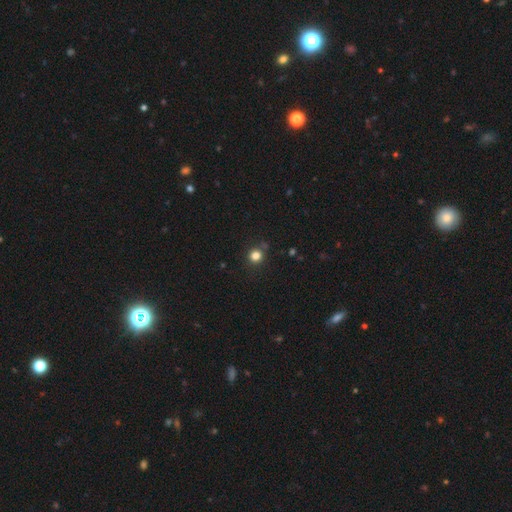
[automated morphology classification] The model was most divided on "smooth or featured": smooth: 81%, star or artifact: 14%, featured or disk: 5%. More confident: how rounded — round (89%); merging — none (82%).